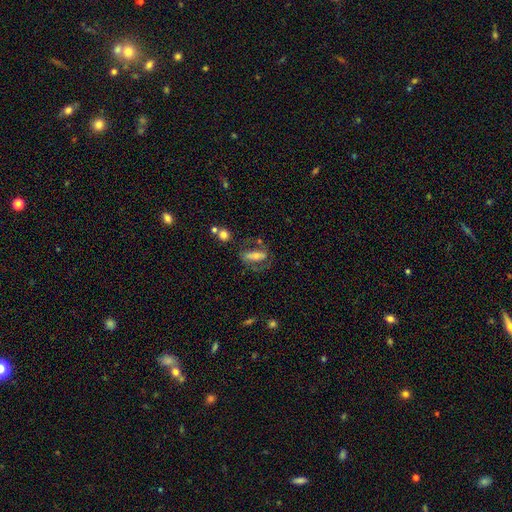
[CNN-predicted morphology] smooth-or-featured: featured or disk: 47% | smooth: 44% | star or artifact: 9%
  merging: none: 52% | major disturbance: 22% | minor disturbance: 20% | merger: 7%